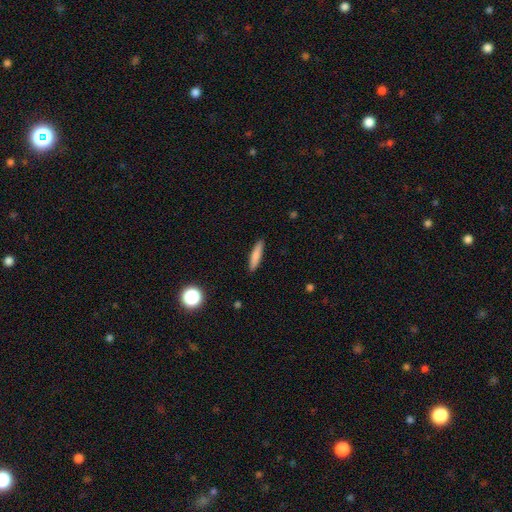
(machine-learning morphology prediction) Smooth or featured? Predicted: smooth (p=0.80). How rounded? Predicted: cigar-shaped (p=0.85). Merging? Predicted: none (p=0.90).